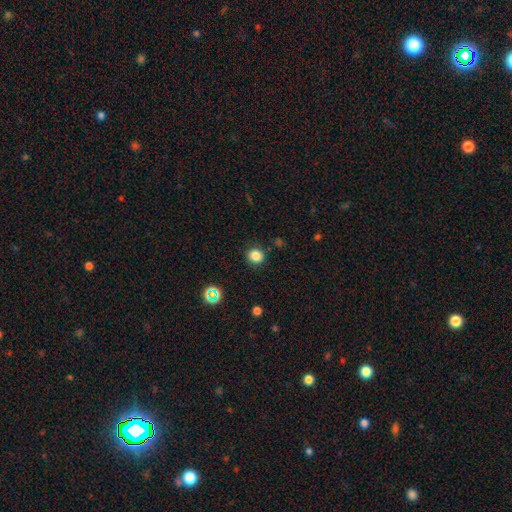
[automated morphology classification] This appears to be a smooth galaxy with no disk features (82%) that is round (90%). Merging: none (88%).